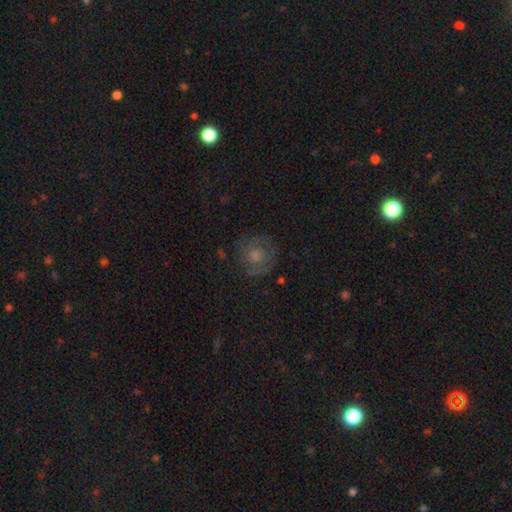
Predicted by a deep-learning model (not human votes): Overall: smooth (48%; featured or disk 41%). Merging: none (72%).